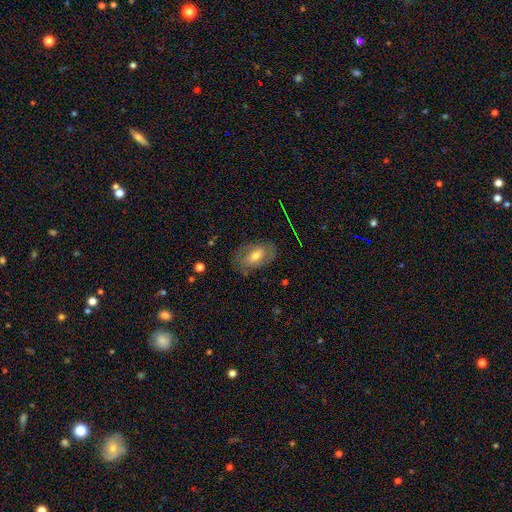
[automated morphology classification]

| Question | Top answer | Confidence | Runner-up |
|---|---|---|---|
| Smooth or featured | featured or disk | 54% | smooth (39%) |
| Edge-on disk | no | 91% | yes (9%) |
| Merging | none | 76% | minor disturbance (16%) |